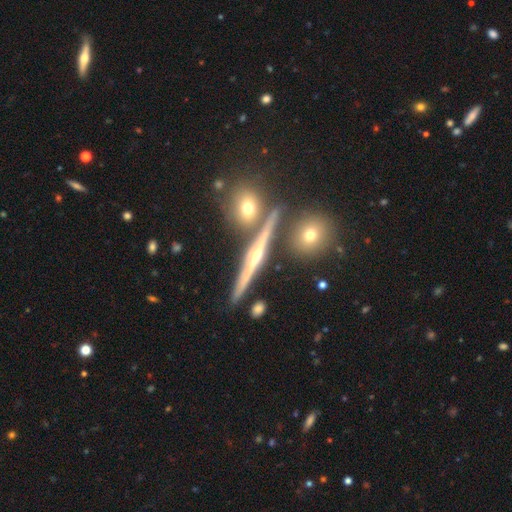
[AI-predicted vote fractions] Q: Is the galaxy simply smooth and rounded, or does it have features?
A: featured or disk — 74%.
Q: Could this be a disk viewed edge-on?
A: yes — 95%.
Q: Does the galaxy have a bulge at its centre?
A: rounded — 79%.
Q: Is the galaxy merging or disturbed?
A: none — 84%.